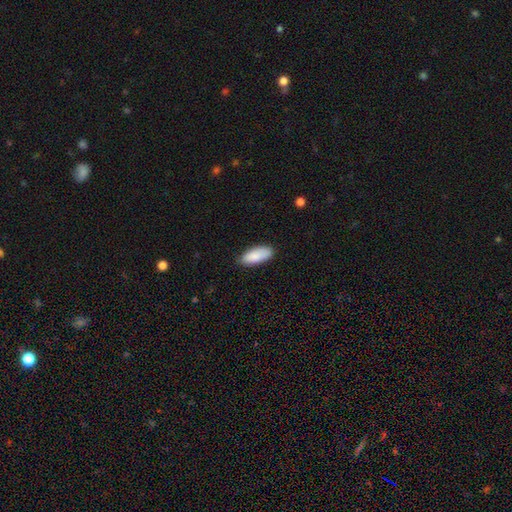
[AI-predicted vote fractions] Smooth or featured? Predicted: smooth (p=0.88). How rounded? Predicted: in between (p=0.82). Merging? Predicted: none (p=0.82).